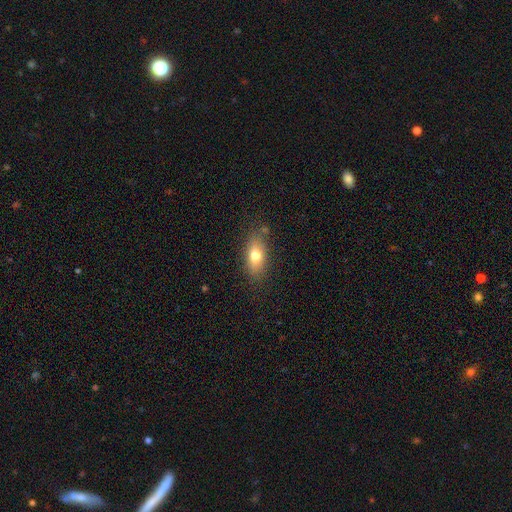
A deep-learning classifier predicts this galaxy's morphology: Smooth or featured: smooth — 73% (featured or disk — 17%)
How rounded: in between — 81% (cigar-shaped — 10%)
Merging: none — 79% (minor disturbance — 14%)